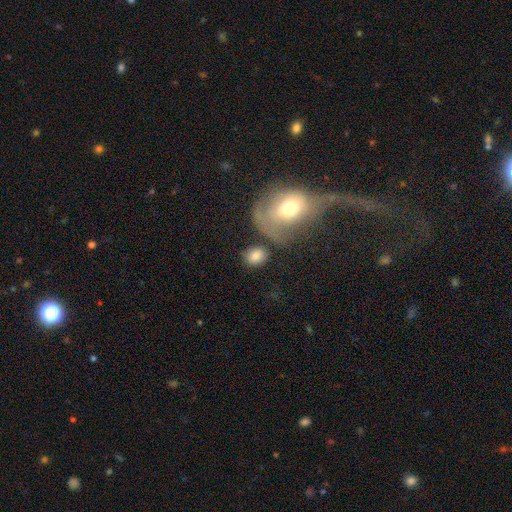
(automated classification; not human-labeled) smooth 81%, featured or disk 11%, star or artifact 8%. Down the decision tree: how rounded — round (53%); merging — none (68%).